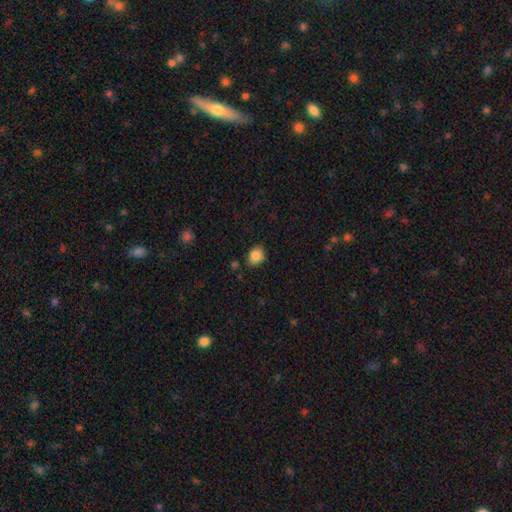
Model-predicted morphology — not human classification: A smooth galaxy with no disk features (85%) that is in between round and cigar-shaped (53%). Merging: none (80%).